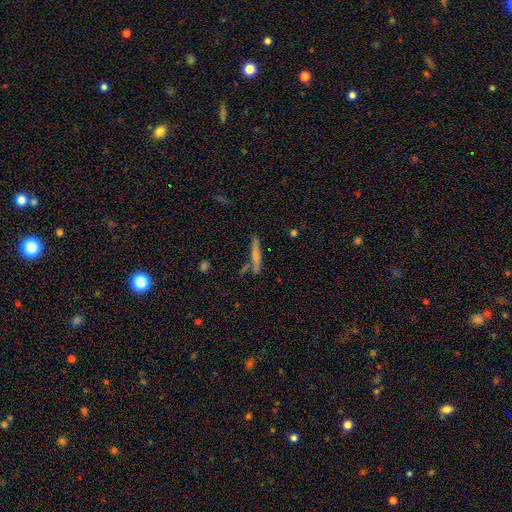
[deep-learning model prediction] Q: Smooth or featured?
A: featured or disk (51%); runner-up: smooth (34%)
Q: Edge-on disk?
A: yes (91%); runner-up: no (9%)
Q: Merging?
A: none (77%); runner-up: minor disturbance (13%)